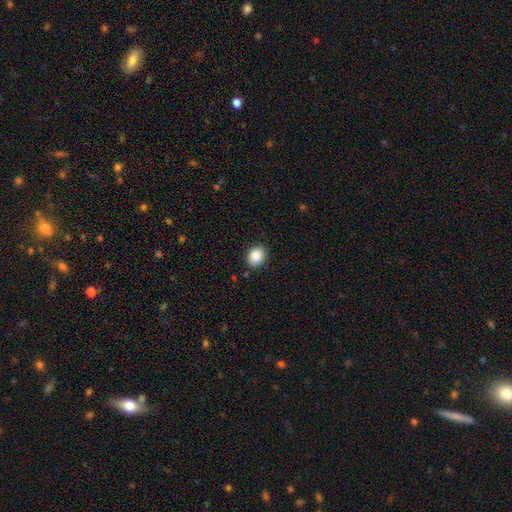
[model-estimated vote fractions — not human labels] This appears to be a smooth galaxy with no disk features (86%) that is round (54%). Merging: none (88%).